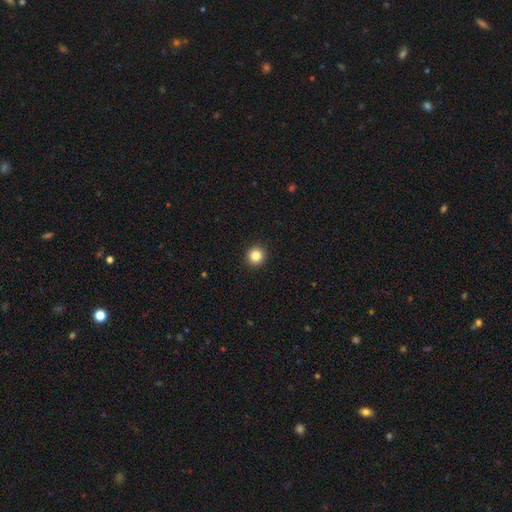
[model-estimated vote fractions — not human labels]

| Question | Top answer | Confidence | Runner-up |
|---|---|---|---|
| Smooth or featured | smooth | 84% | star or artifact (11%) |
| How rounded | round | 95% | in between (4%) |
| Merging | none | 94% | minor disturbance (4%) |